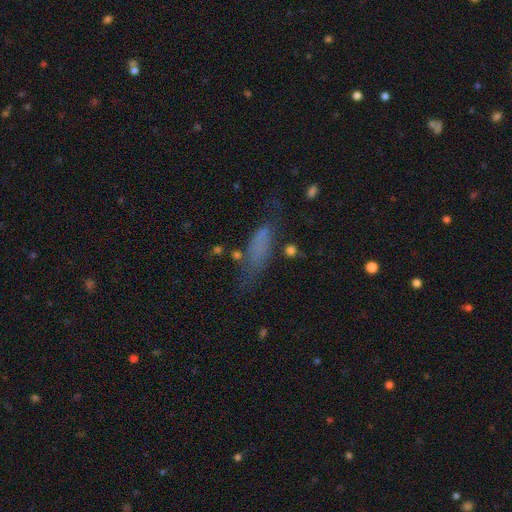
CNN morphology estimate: The model was most divided on "how rounded": cigar-shaped: 53%, in between: 44%, round: 4%. Remaining: smooth or featured — smooth (59%); merging — none (47%).